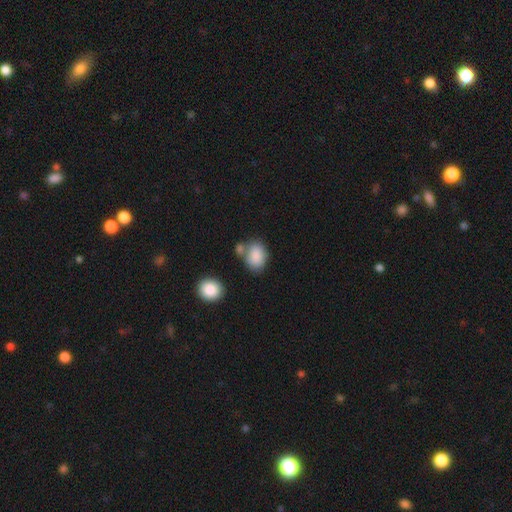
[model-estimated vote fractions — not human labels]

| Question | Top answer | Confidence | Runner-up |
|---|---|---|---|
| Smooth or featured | smooth | 87% | star or artifact (7%) |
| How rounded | in between | 72% | round (27%) |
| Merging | none | 57% | merger (21%) |